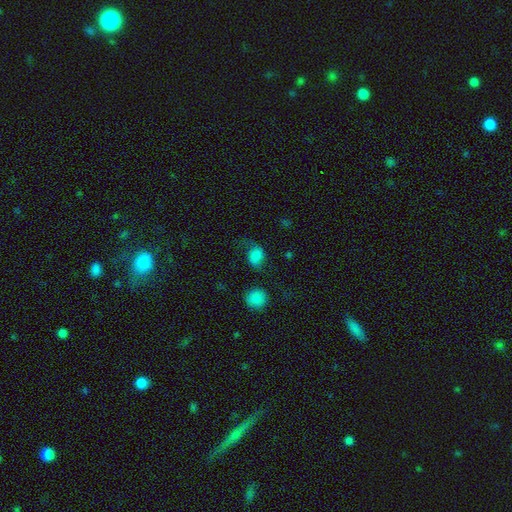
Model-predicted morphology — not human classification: This appears to be a smooth galaxy with no disk features (68%) that is in between round and cigar-shaped (54%). Merging: none (44%).